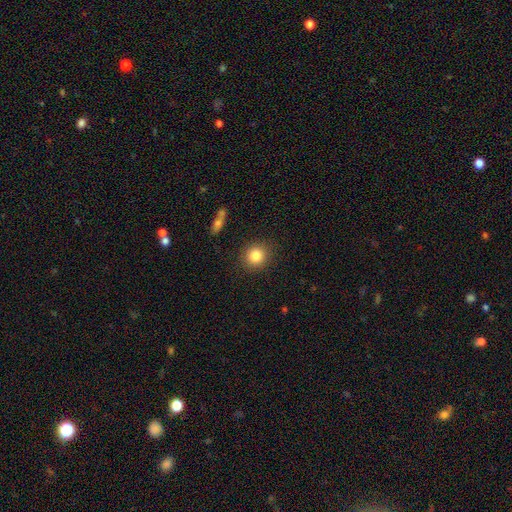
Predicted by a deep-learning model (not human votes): Overall: smooth (83%). How rounded: round (88%). Merging: none (89%).